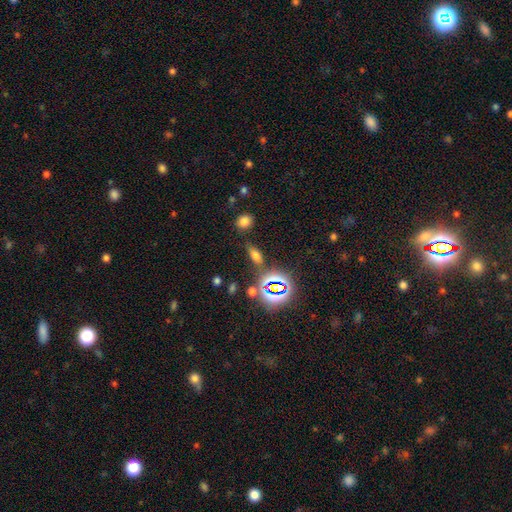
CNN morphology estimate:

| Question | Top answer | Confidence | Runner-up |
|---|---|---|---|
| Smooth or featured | smooth | 56% | star or artifact (31%) |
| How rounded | in between | 62% | cigar-shaped (29%) |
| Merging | none | 79% | minor disturbance (11%) |